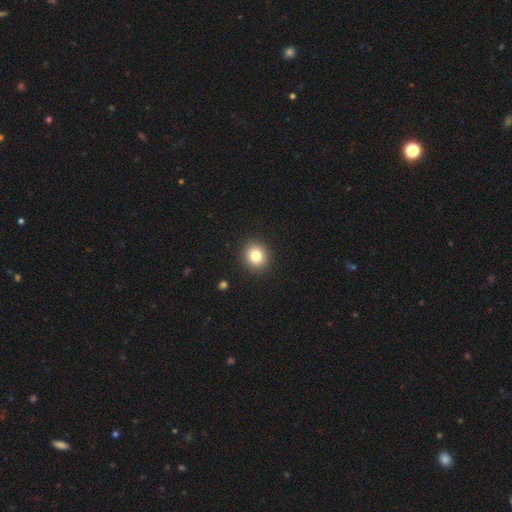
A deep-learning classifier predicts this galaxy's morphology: Smooth or featured: smooth — 82% (star or artifact — 11%)
How rounded: round — 81% (in between — 18%)
Merging: none — 91% (minor disturbance — 6%)